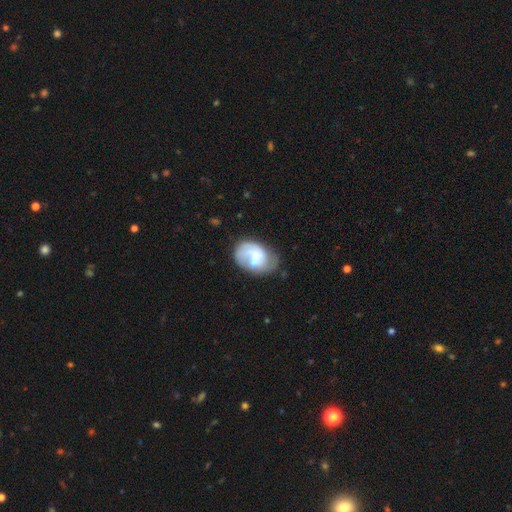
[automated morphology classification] Q: Smooth or featured?
A: featured or disk (64%); runner-up: smooth (30%)
Q: Edge-on disk?
A: no (97%); runner-up: yes (3%)
Q: Bar?
A: no (59%); runner-up: weak (34%)
Q: Spiral arms?
A: yes (79%); runner-up: no (21%)
Q: Bulge size?
A: small (52%); runner-up: moderate (38%)
Q: Merging?
A: none (49%); runner-up: minor disturbance (25%)